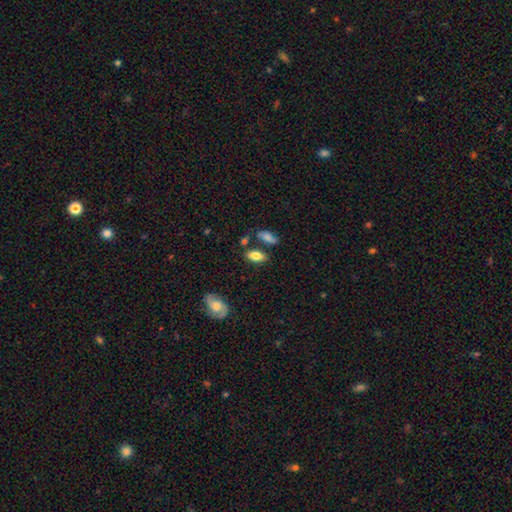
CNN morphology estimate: Overall: smooth (79%). How rounded: in between (88%). Merging: none (72%).